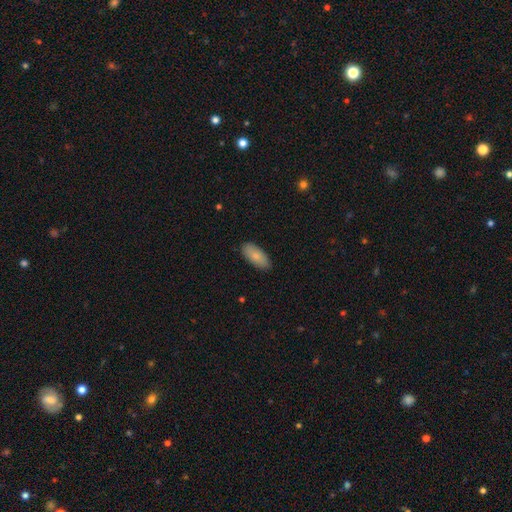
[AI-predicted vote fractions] This is clearly a smooth galaxy (82%). How rounded: clearly in between (86%). Merging: clearly none (87%).